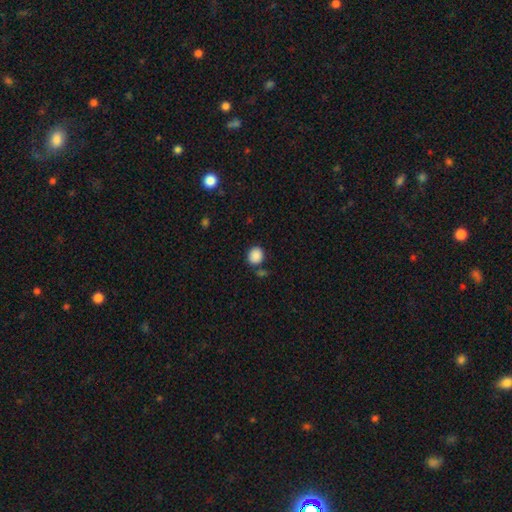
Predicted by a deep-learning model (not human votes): Smooth or featured? smooth (88%)
How rounded? round (72%)
Merging? none (77%)